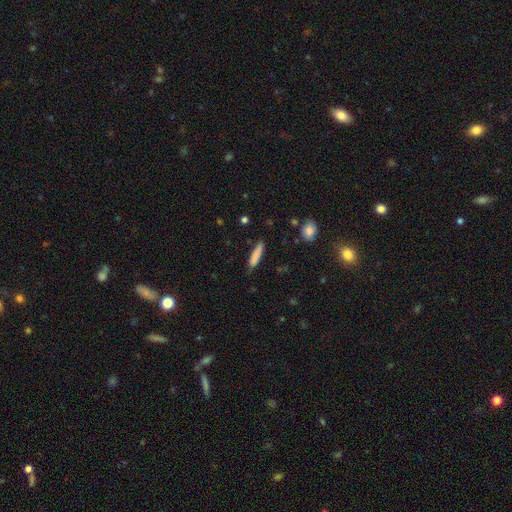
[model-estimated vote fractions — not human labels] This is clearly a smooth galaxy (82%). How rounded: clearly cigar-shaped (83%). Merging: likely none (78%).